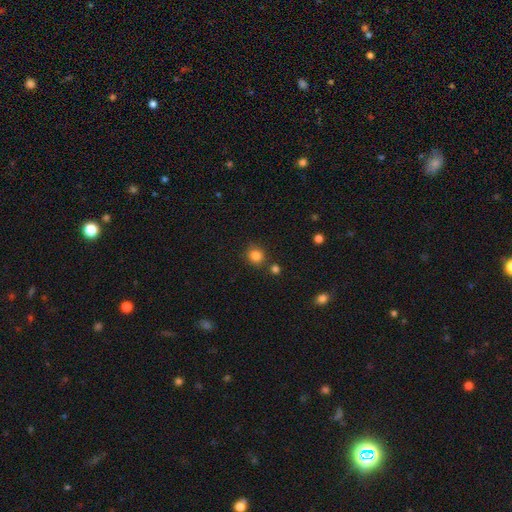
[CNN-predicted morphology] Smooth or featured? Predicted: smooth (p=0.83). How rounded? Predicted: round (p=0.86). Merging? Predicted: none (p=0.81).